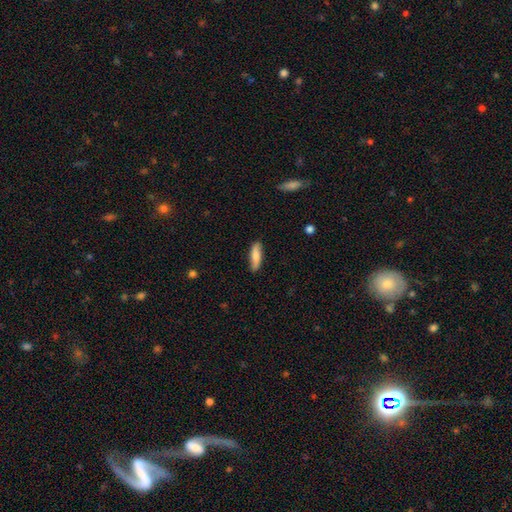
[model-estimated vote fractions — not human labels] Smooth or featured: smooth — 72% (featured or disk — 22%)
How rounded: cigar-shaped — 57% (in between — 41%)
Merging: none — 83% (minor disturbance — 13%)